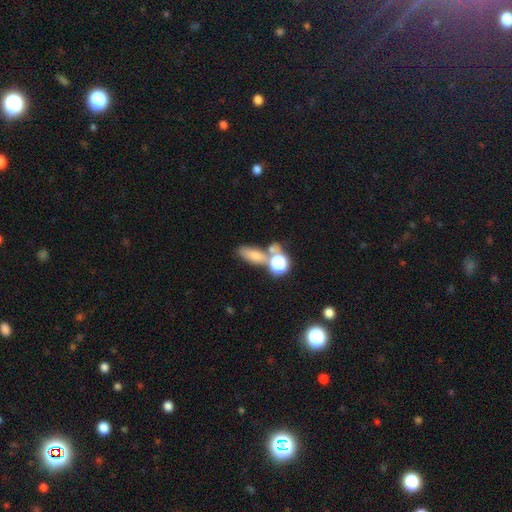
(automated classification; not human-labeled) A smooth galaxy with no disk features (68%) that is in between round and cigar-shaped (67%).

Vote fractions:
- Smooth or featured? smooth: 68% / star or artifact: 18% / featured or disk: 14%
- How rounded? in between: 67% / round: 17% / cigar-shaped: 15%
- Merging? none: 49% / merger: 31% / minor disturbance: 13% / major disturbance: 7%